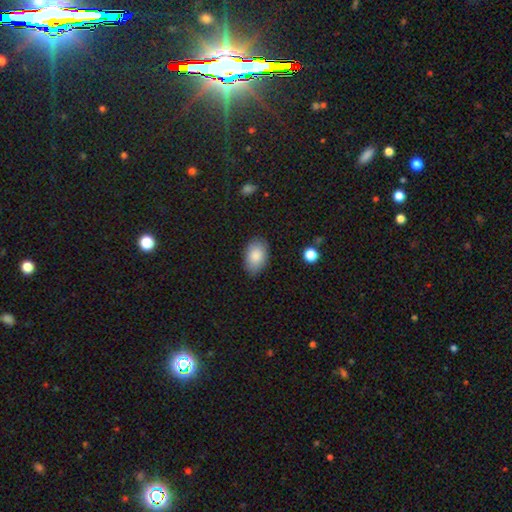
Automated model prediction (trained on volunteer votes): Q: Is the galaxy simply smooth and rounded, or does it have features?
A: smooth — 87%.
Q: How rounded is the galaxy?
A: in between — 90%.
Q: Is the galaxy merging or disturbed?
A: none — 82%.